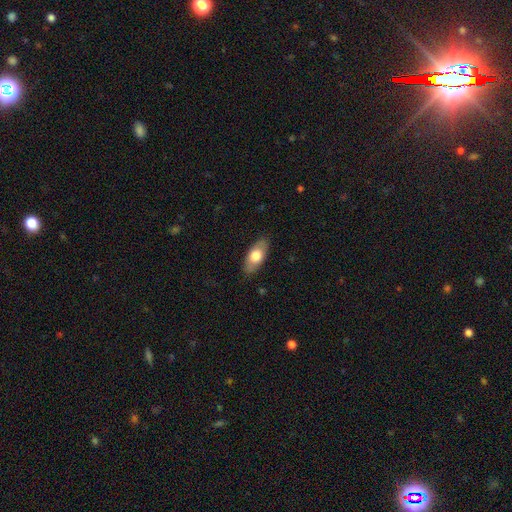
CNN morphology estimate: Q: Smooth or featured?
A: smooth (67%); runner-up: featured or disk (27%)
Q: How rounded?
A: in between (88%); runner-up: cigar-shaped (9%)
Q: Merging?
A: none (85%); runner-up: minor disturbance (12%)